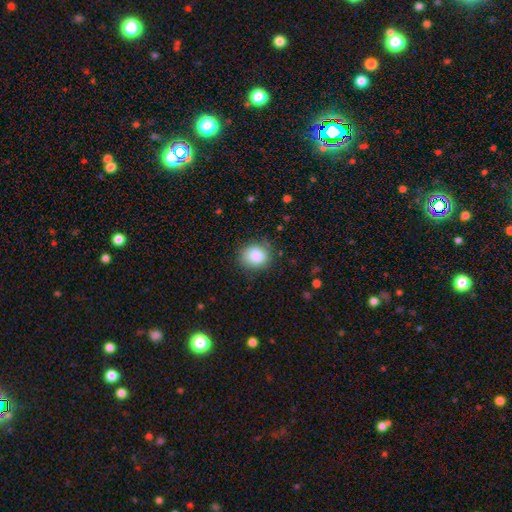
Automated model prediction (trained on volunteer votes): This appears to be a smooth galaxy with no disk features (85%) that is round (75%). Merging: none (80%).